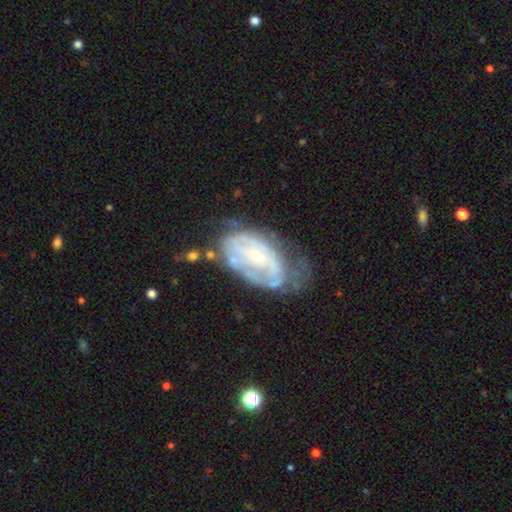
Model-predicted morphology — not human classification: smooth_or_featured: featured or disk (p=0.74) [alt: smooth p=0.19]
disk_edge_on: no (p=0.96) [alt: yes p=0.04]
bar: no (p=0.59) [alt: weak p=0.33]
has_spiral_arms: yes (p=0.68) [alt: no p=0.32]
bulge_size: small (p=0.63) [alt: moderate p=0.30]
merging: none (p=0.39) [alt: minor disturbance p=0.32]